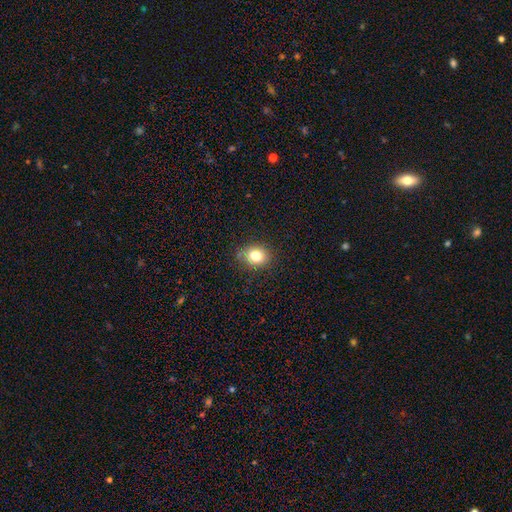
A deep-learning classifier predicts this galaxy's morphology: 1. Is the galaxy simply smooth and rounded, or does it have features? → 80% smooth, 11% star or artifact, 9% featured or disk.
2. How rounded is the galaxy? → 55% round, 44% in between, 1% cigar-shaped.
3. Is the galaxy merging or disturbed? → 79% none, 16% minor disturbance, 3% major disturbance, 1% merger.